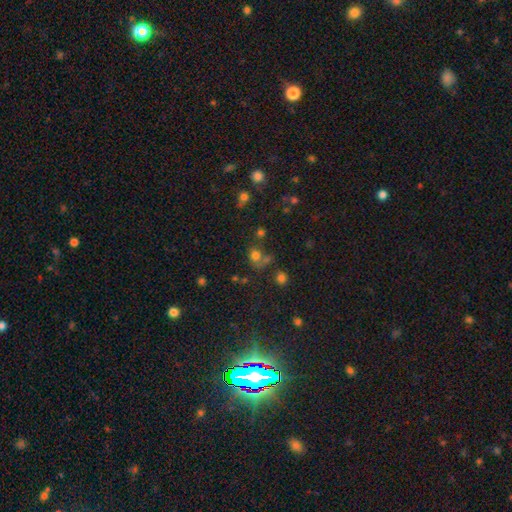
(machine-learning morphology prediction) This is likely a smooth galaxy (70%). How rounded: likely round (74%). Merging: possibly none (54%).